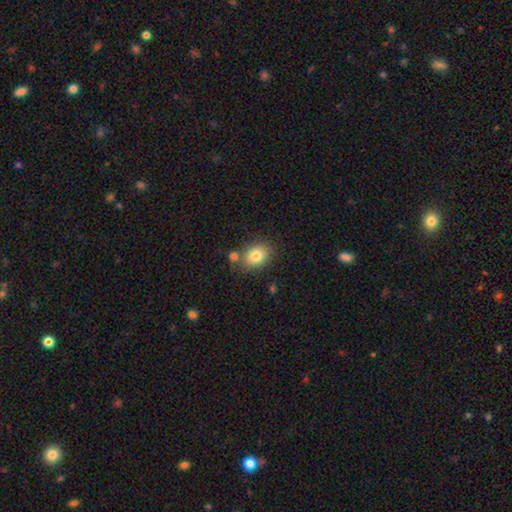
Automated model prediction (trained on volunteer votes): Morphology: type=smooth (81%); roundness=in between (61%); merging=none (68%).